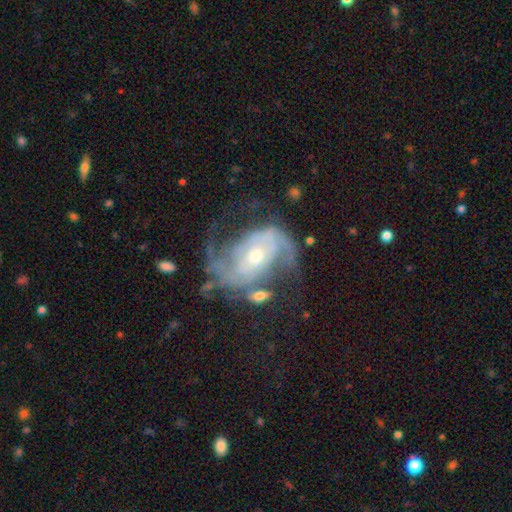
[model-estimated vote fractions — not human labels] smooth_or_featured: featured or disk (p=0.88) [alt: star or artifact p=0.06]
disk_edge_on: no (p=0.97) [alt: yes p=0.03]
bar: no (p=0.51) [alt: weak p=0.36]
has_spiral_arms: yes (p=0.96) [alt: no p=0.04]
spiral_winding: medium (p=0.47) [alt: tight p=0.30]
spiral_arm_count: 2 (p=0.75) [alt: can't tell p=0.09]
bulge_size: moderate (p=0.58) [alt: small p=0.33]
merging: none (p=0.55) [alt: minor disturbance p=0.20]